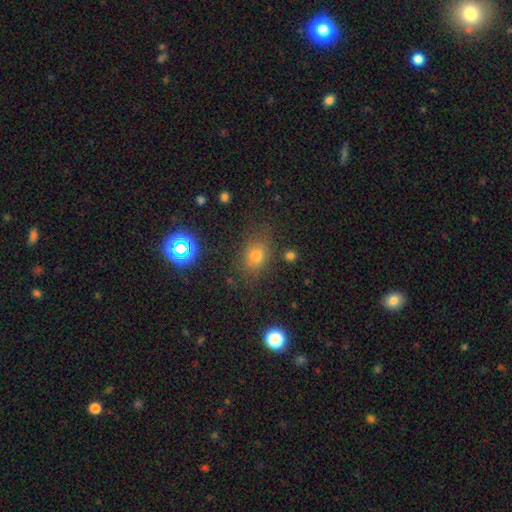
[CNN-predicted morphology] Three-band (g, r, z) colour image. It shows a smooth galaxy with no disk features (71%) that is in between round and cigar-shaped (52%). Merging: none (77%).